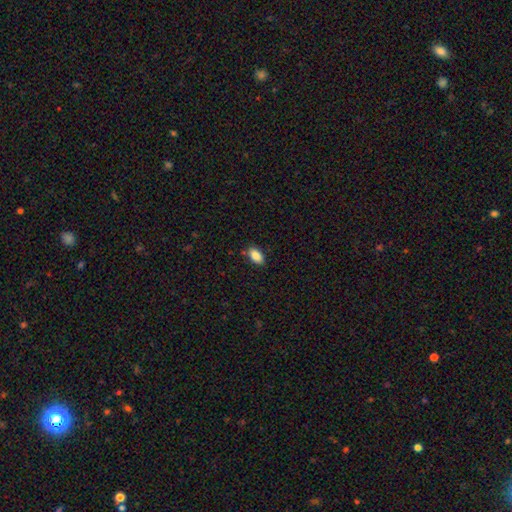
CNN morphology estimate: Overall: smooth (88%). How rounded: in between (92%). Merging: none (84%).